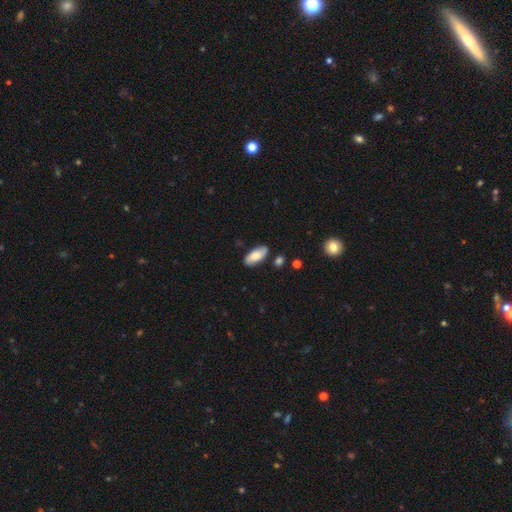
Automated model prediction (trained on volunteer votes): Smooth or featured?
  - smooth: 74% *
  - featured or disk: 20%
  - star or artifact: 6%
How rounded?
  - in between: 87% *
  - cigar-shaped: 11%
  - round: 2%
Merging?
  - none: 82% *
  - minor disturbance: 13%
  - merger: 3%
  - major disturbance: 2%